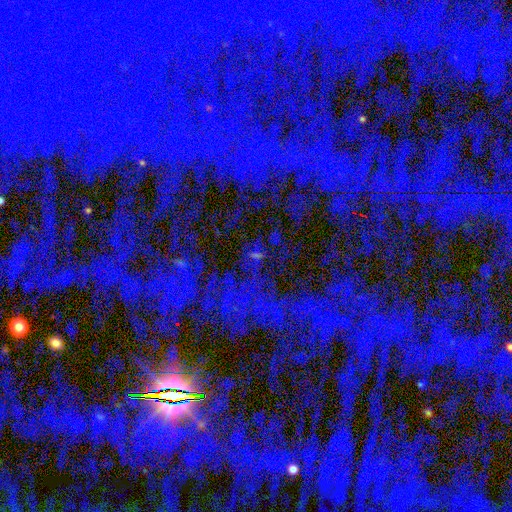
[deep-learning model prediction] Overall: star or artifact (75%).